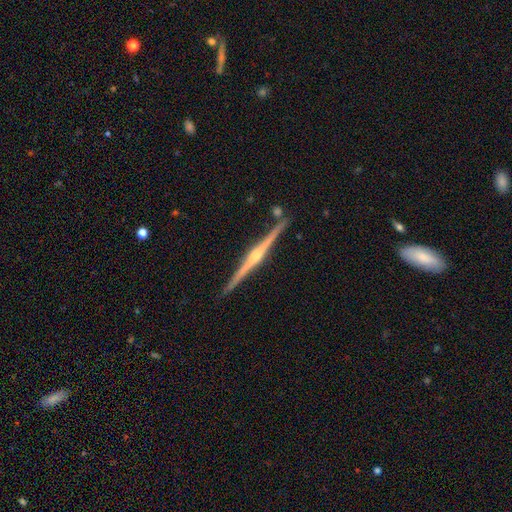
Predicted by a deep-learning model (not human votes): smooth-or-featured: featured or disk: 88% | smooth: 7% | star or artifact: 5%
  disk-edge-on: yes: 99% | no: 1%
    edge-on-bulge: rounded: 87% | none: 7% | boxy: 6%
  merging: none: 90% | minor disturbance: 6% | merger: 2% | major disturbance: 1%